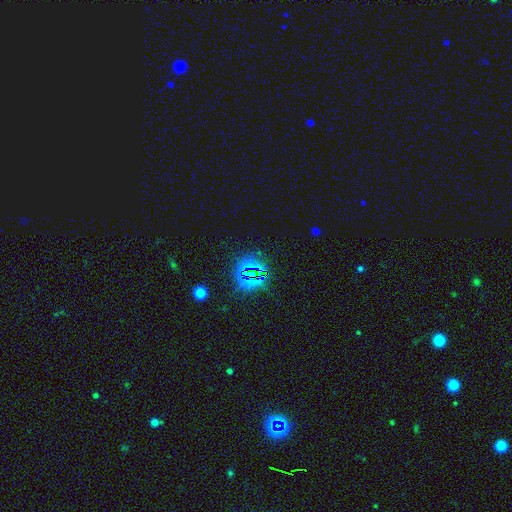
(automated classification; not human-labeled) Smooth or featured? Predicted: star or artifact (p=0.79).